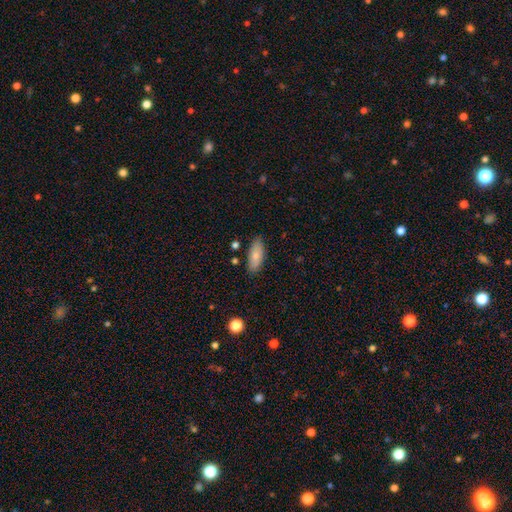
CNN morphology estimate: Smooth or featured?
  - smooth: 81% *
  - featured or disk: 13%
  - star or artifact: 6%
How rounded?
  - in between: 82% *
  - cigar-shaped: 16%
  - round: 2%
Merging?
  - none: 84% *
  - minor disturbance: 12%
  - major disturbance: 2%
  - merger: 2%